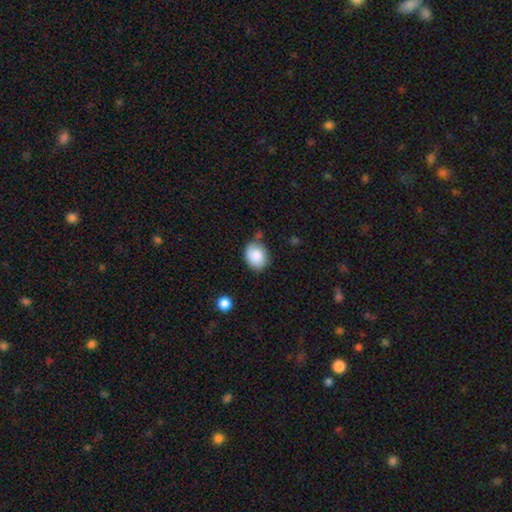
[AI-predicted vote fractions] A smooth galaxy with no disk features (86%) that is in between round and cigar-shaped (54%). Merging: none (64%).